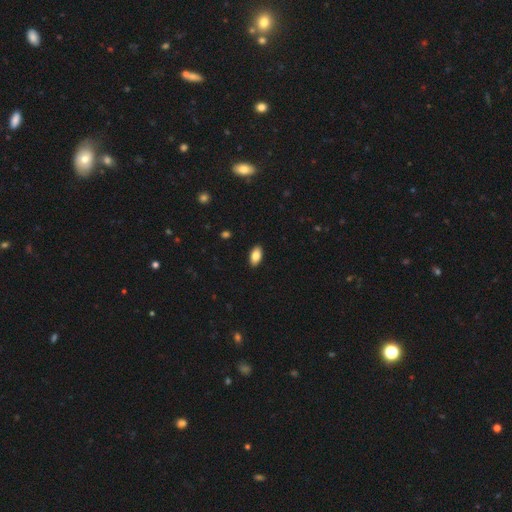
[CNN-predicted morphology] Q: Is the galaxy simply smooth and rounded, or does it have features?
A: smooth — 85%.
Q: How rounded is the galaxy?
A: in between — 94%.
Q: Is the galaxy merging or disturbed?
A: none — 90%.